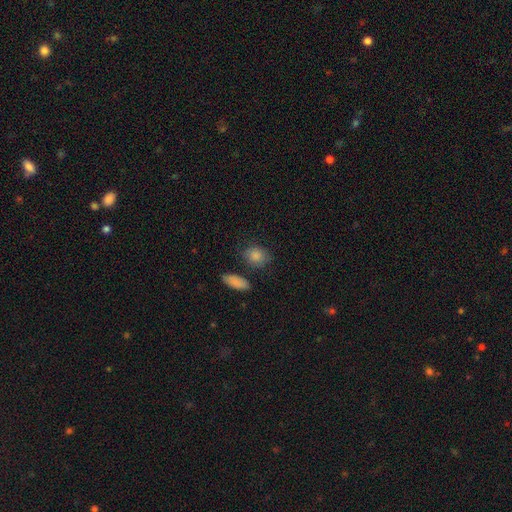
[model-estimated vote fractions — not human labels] Smooth or featured? Predicted: smooth (p=0.86). How rounded? Predicted: in between (p=0.50). Merging? Predicted: none (p=0.74).